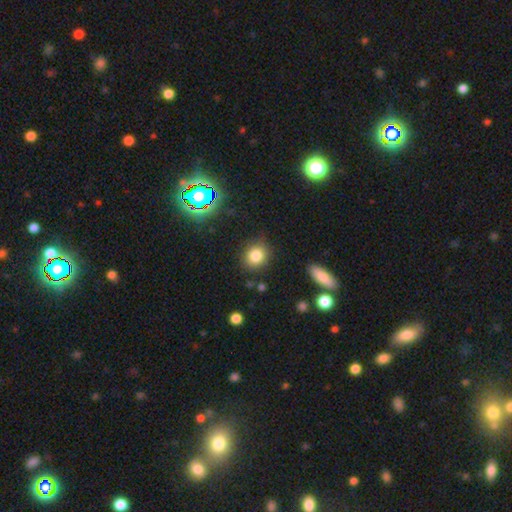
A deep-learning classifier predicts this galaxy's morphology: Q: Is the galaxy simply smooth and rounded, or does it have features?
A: smooth — 82%.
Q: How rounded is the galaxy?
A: round — 72%.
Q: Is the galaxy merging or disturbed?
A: none — 83%.